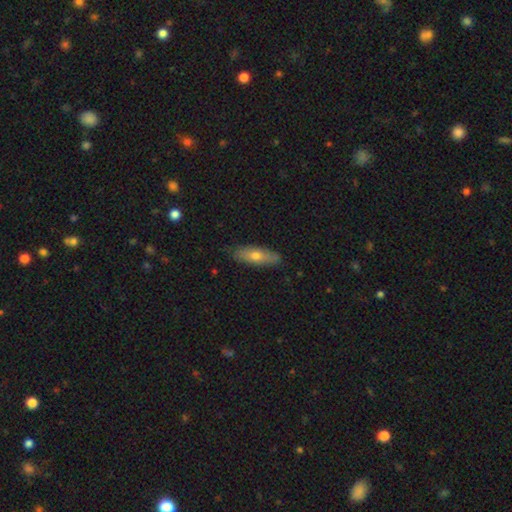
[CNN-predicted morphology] A smooth galaxy with no disk features (63%) that is cigar-shaped (50%). Merging: none (84%).